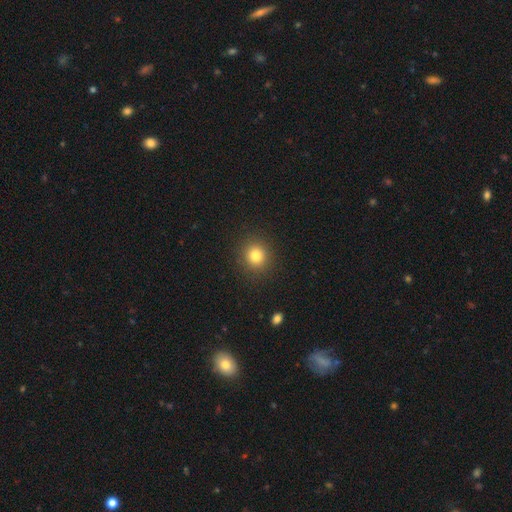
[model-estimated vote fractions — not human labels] The model was most divided on "smooth or featured": smooth: 81%, star or artifact: 13%, featured or disk: 7%. More confident: merging — none (90%); how rounded — round (87%).